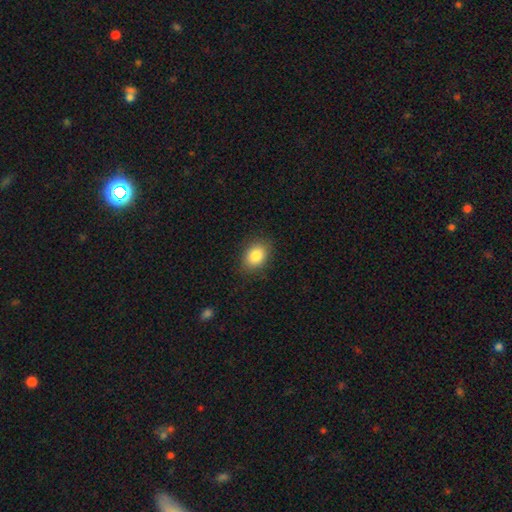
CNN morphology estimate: Smooth or featured? smooth (84%)
How rounded? in between (72%)
Merging? none (86%)